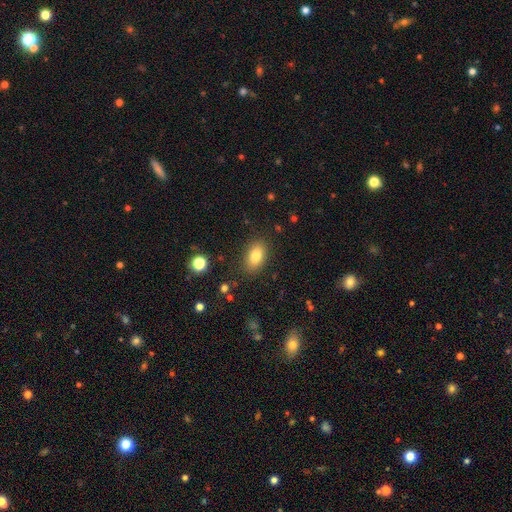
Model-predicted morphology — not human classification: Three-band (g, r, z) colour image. It shows a smooth galaxy with no disk features (81%) that is in between round and cigar-shaped (88%). Merging: none (85%).